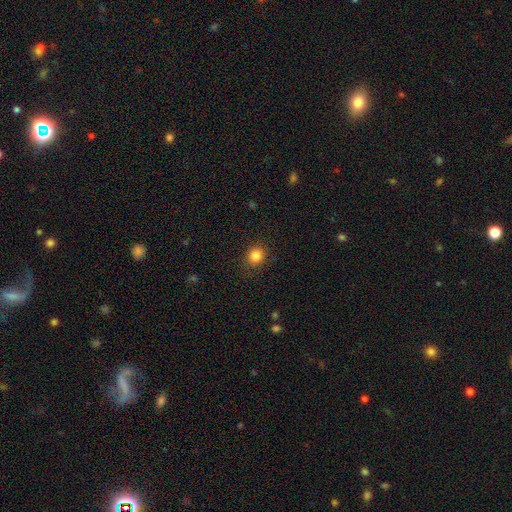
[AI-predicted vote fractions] Smooth or featured? Predicted: smooth (p=0.84). How rounded? Predicted: round (p=0.84). Merging? Predicted: none (p=0.89).